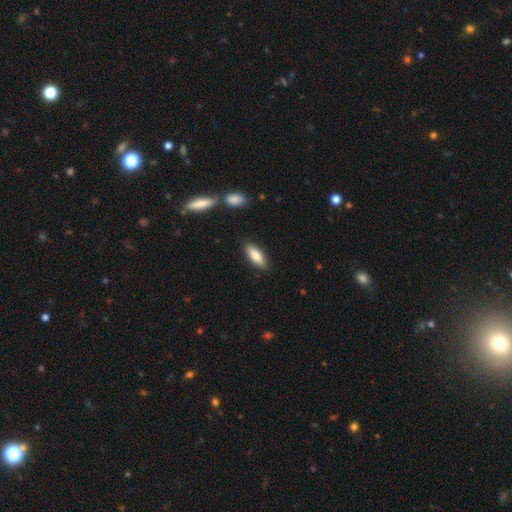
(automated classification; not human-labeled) Smooth or featured: smooth — 82% (featured or disk — 12%)
How rounded: in between — 68% (cigar-shaped — 30%)
Merging: none — 85% (minor disturbance — 10%)